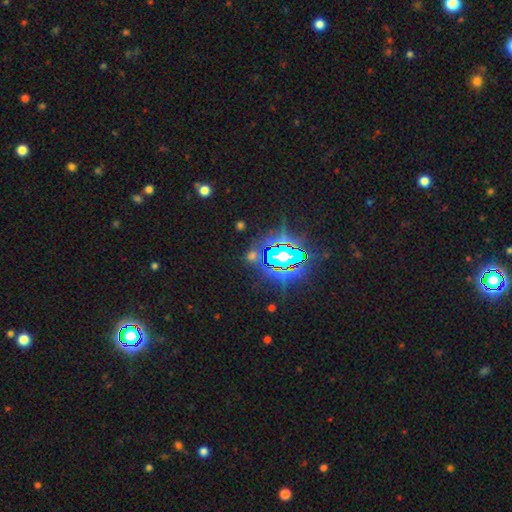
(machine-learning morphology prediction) This is likely a star or artifact rather than a galaxy (79%).